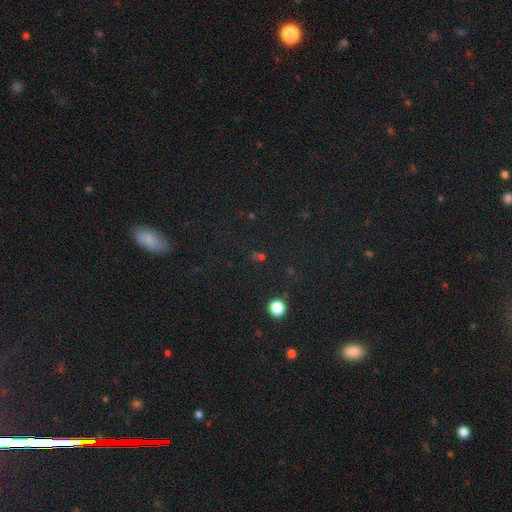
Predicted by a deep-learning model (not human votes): Smooth or featured? star or artifact (66%)